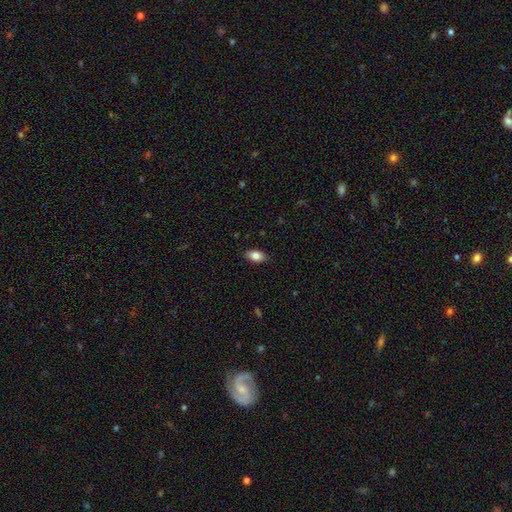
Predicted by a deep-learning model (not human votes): smooth 83%, featured or disk 10%, star or artifact 8%. Down the decision tree: how rounded — in between (90%); merging — none (87%).